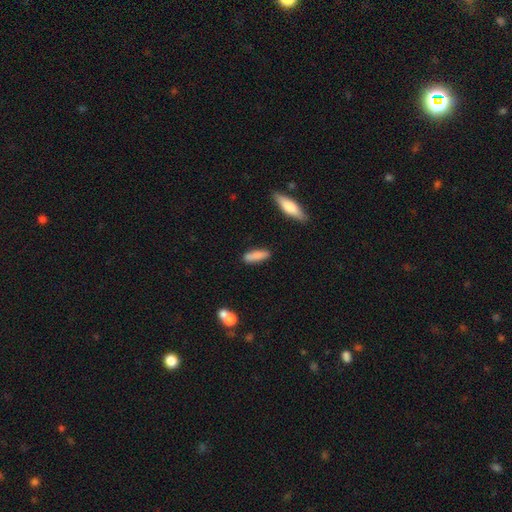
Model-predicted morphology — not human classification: Overall: smooth (84%). How rounded: cigar-shaped (59%; in between 40%). Merging: none (84%).